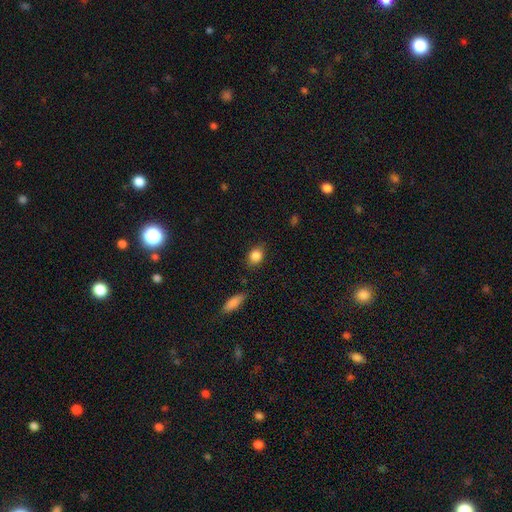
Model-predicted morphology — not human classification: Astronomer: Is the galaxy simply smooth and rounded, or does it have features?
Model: smooth — 84%.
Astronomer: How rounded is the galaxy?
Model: in between — 58% (runner-up: round, 40%).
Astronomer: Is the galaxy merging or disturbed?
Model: none — 80%.